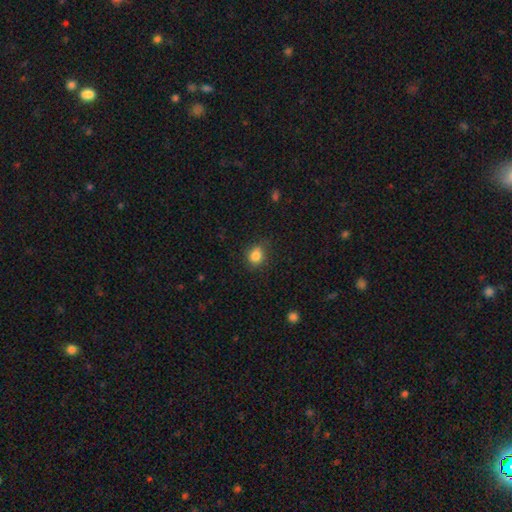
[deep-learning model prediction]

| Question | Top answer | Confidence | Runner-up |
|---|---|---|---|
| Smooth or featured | smooth | 84% | star or artifact (11%) |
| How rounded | round | 72% | in between (27%) |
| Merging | none | 78% | minor disturbance (16%) |